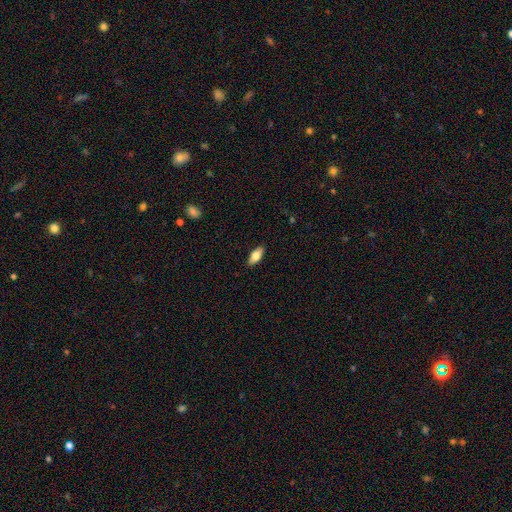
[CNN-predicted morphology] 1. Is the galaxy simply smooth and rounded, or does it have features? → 73% smooth, 21% featured or disk, 6% star or artifact.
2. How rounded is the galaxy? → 84% in between, 14% cigar-shaped, 3% round.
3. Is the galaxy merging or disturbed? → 88% none, 9% minor disturbance, 2% major disturbance, 1% merger.